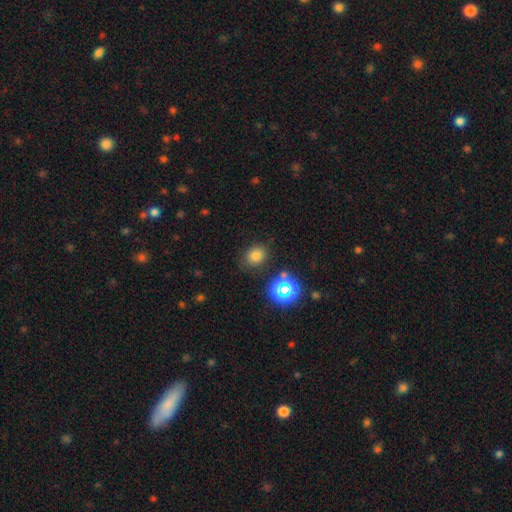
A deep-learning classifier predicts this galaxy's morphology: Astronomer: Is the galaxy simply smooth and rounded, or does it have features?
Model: smooth — 72%.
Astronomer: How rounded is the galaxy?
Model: round — 53% (runner-up: in between, 46%).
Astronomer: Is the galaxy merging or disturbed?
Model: none — 79%.